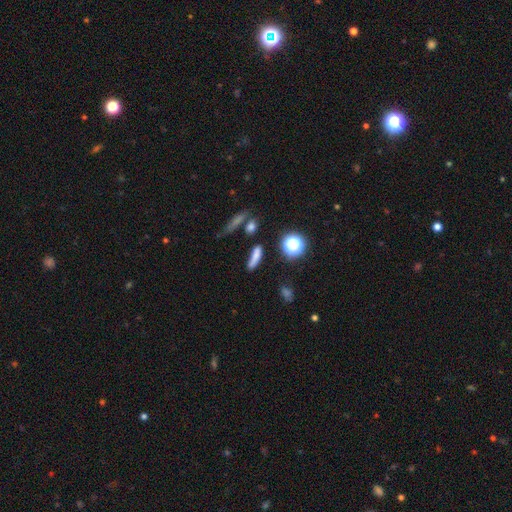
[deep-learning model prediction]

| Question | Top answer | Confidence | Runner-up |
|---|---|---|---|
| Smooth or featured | smooth | 72% | star or artifact (16%) |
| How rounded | cigar-shaped | 62% | in between (27%) |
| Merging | none | 70% | minor disturbance (16%) |